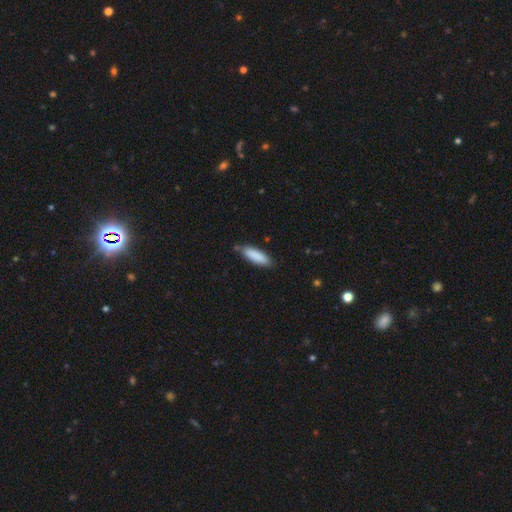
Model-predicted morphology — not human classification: Smooth or featured: smooth — 88% (featured or disk — 7%)
How rounded: cigar-shaped — 52% (in between — 47%)
Merging: none — 76% (minor disturbance — 18%)